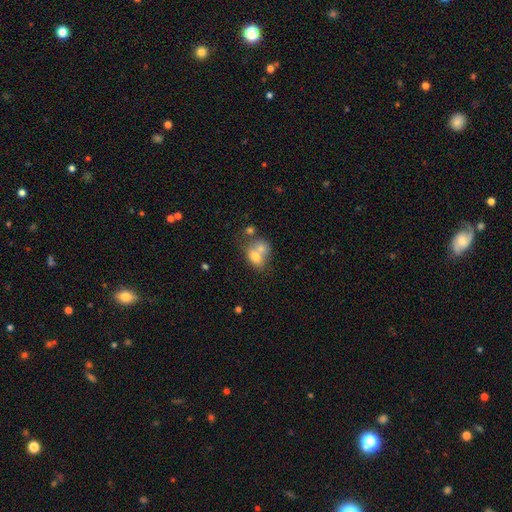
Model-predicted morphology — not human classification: Smooth or featured: smooth — 69% (featured or disk — 21%)
How rounded: in between — 65% (round — 33%)
Merging: merger — 63% (none — 23%)